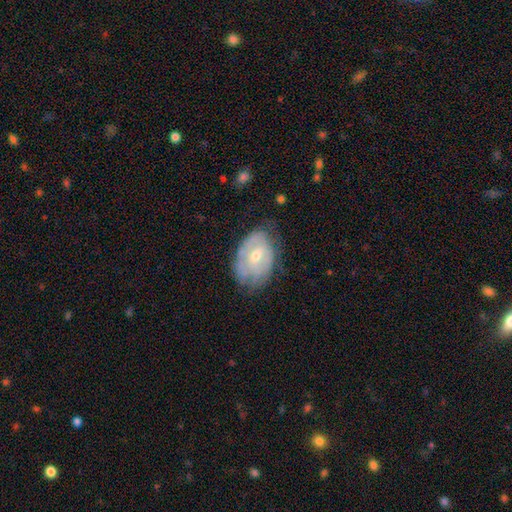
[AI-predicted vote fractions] smooth-or-featured: featured or disk: 59% | smooth: 34% | star or artifact: 7%
  disk-edge-on: no: 94% | yes: 6%
    bar: no: 60% | weak: 33% | strong: 7%
    has-spiral-arms: yes: 61% | no: 39%
    bulge-size: small: 49% | moderate: 48% | large: 2% | none: 1% | dominant: 1%
  merging: none: 61% | minor disturbance: 29% | major disturbance: 9% | merger: 1%